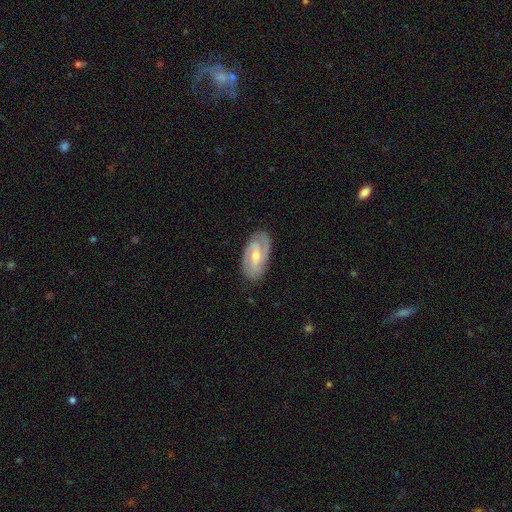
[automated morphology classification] Smooth or featured?
  - featured or disk: 79% *
  - smooth: 16%
  - star or artifact: 5%
Edge-on disk?
  - no: 94% *
  - yes: 6%
Bar?
  - weak: 50% *
  - no: 30%
  - strong: 19%
Spiral arms?
  - yes: 94% *
  - no: 6%
Spiral winding?
  - medium: 43% *
  - tight: 42%
  - loose: 15%
Spiral arm count?
  - 2: 74% *
  - can't tell: 11%
  - 3: 8%
  - 1: 3%
  - 4: 2%
  - more than 4: 2%
Bulge size?
  - small: 49% *
  - moderate: 47%
  - large: 2%
  - none: 2%
  - dominant: 1%
Merging?
  - none: 83% *
  - minor disturbance: 13%
  - major disturbance: 3%
  - merger: 1%